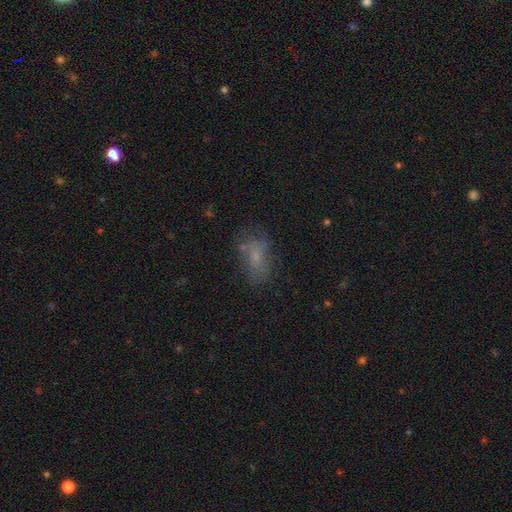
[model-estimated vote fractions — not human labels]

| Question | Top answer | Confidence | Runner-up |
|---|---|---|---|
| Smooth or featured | smooth | 54% | featured or disk (30%) |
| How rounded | in between | 84% | round (11%) |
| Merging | none | 53% | minor disturbance (23%) |